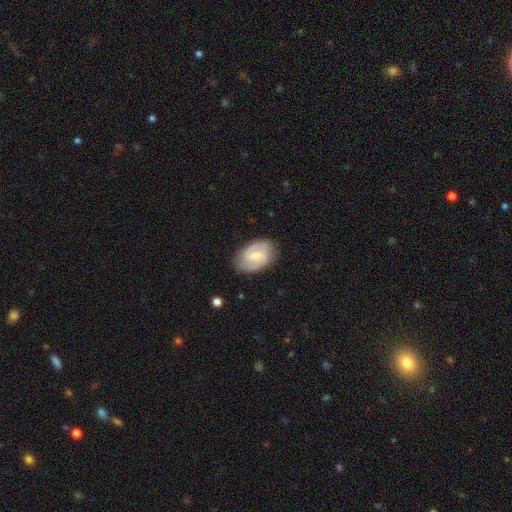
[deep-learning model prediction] featured or disk 69%, smooth 26%, star or artifact 5%. Down the decision tree: edge-on disk — no (97%); bar — weak (57%); spiral arms — yes (88%); spiral arm count — 2 (87%); spiral winding — medium (48%); bulge size — small (60%); merging — none (82%).